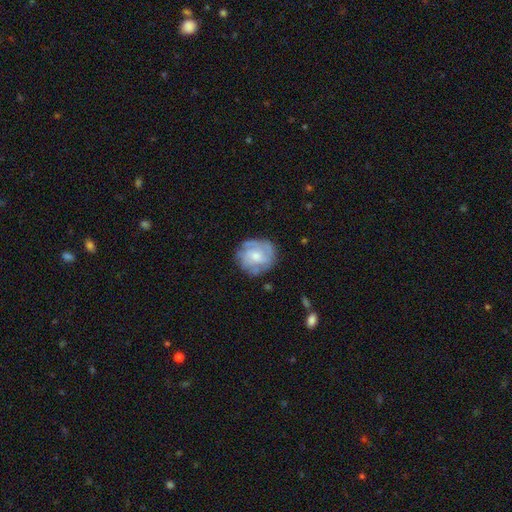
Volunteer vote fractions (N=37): featured or disk 68%, smooth 24%, star or artifact 8%. Down the decision tree: edge-on disk — no (100%); bar — no (64%); spiral arms — yes (76%); spiral arm count — can't tell (68%); spiral winding — tight (74%); bulge size — small (56%); merging — none (76%).